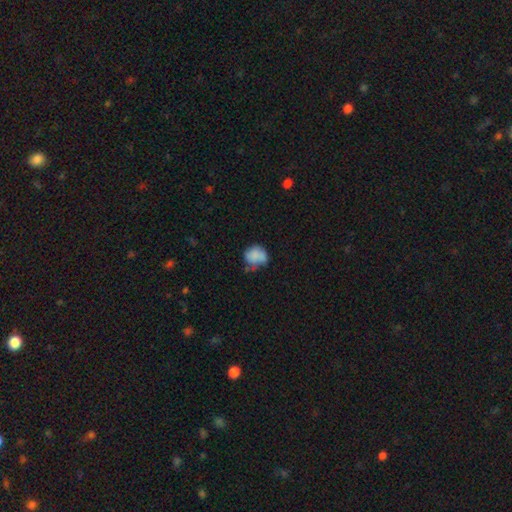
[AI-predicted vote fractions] This appears to be a smooth galaxy with no disk features (75%) that is round (69%). Merging: none (41%).